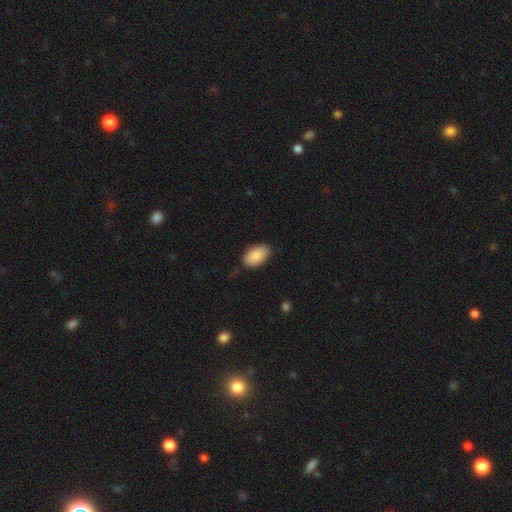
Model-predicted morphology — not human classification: This appears to be a smooth galaxy with no disk features (89%) that is in between round and cigar-shaped (94%). Merging: none (85%).